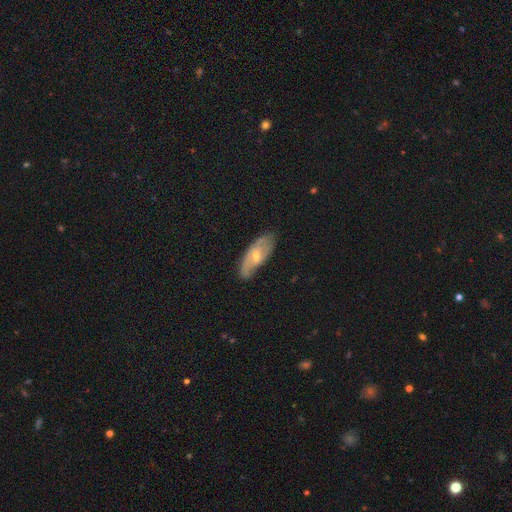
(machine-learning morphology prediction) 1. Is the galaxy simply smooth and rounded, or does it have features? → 60% featured or disk, 32% smooth, 8% star or artifact.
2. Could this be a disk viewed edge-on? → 81% no, 19% yes.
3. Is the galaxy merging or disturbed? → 75% none, 19% minor disturbance, 4% major disturbance, 1% merger.